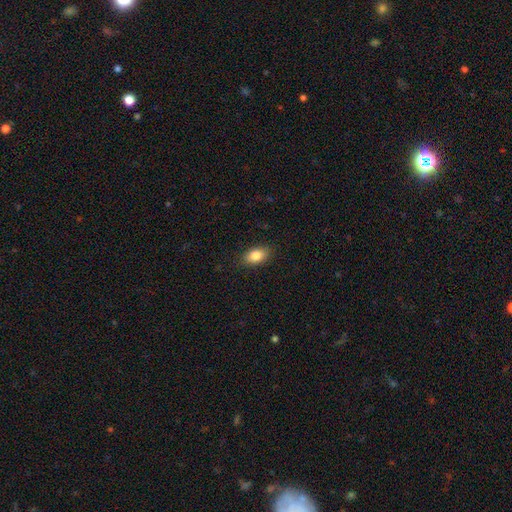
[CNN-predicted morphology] Smooth or featured? smooth (84%)
How rounded? in between (89%)
Merging? none (87%)